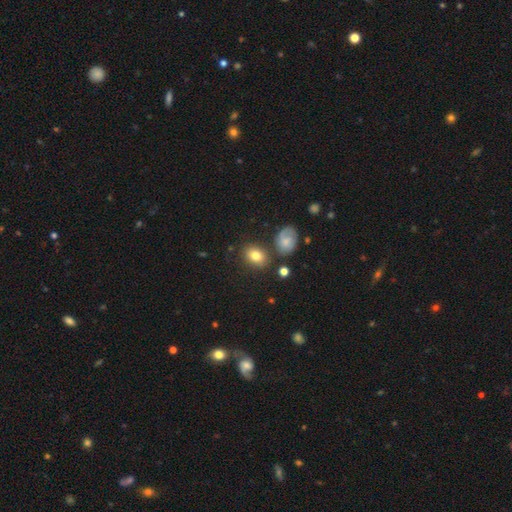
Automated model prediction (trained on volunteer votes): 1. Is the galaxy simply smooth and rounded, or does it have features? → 76% smooth, 13% featured or disk, 11% star or artifact.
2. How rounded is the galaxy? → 64% in between, 35% round, 1% cigar-shaped.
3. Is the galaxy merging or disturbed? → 74% none, 14% minor disturbance, 8% merger, 4% major disturbance.